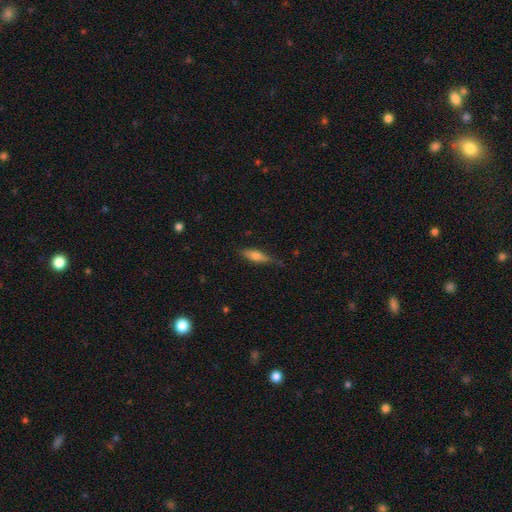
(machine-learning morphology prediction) Smooth or featured? smooth (56%)
How rounded? cigar-shaped (61%)
Merging? none (77%)